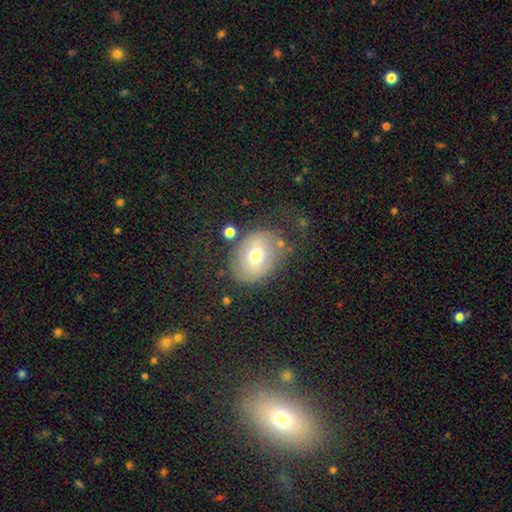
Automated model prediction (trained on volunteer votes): Smooth or featured? smooth (59%)
How rounded? in between (62%)
Merging? none (64%)